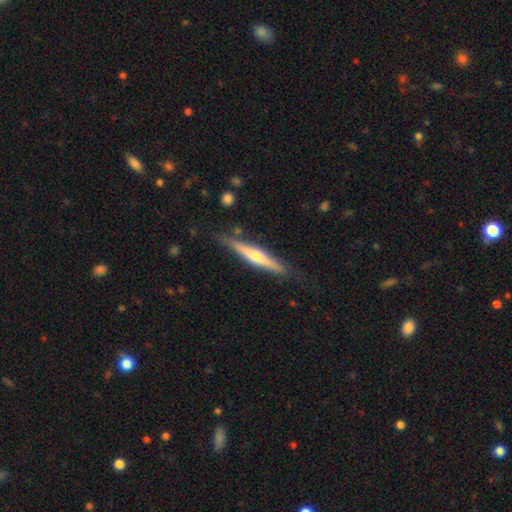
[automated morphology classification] The model was most divided on "smooth or featured": featured or disk: 61%, smooth: 33%, star or artifact: 6%. More confident: edge-on disk — yes (96%); merging — none (82%); edge-on bulge — rounded (80%).